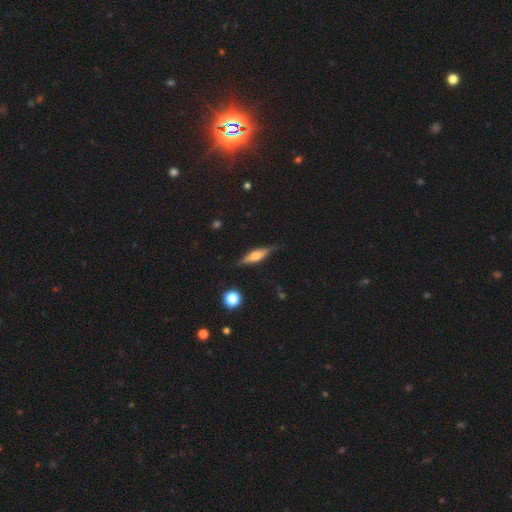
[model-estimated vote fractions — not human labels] The model was most divided on "smooth or featured": featured or disk: 54%, smooth: 39%, star or artifact: 7%. More confident: edge-on disk — yes (93%); merging — none (82%).